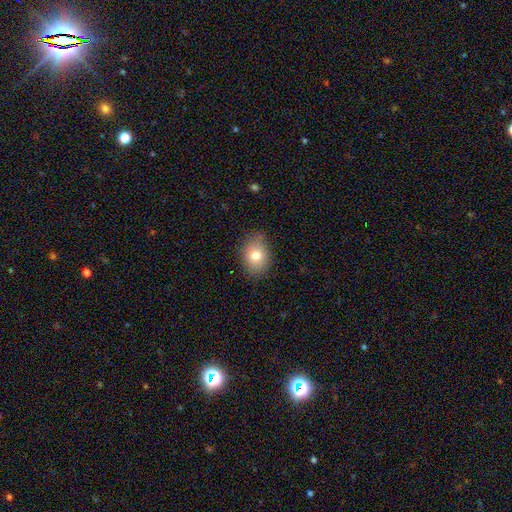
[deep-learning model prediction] Morphology: type=smooth (78%); roundness=in between (67%); merging=none (80%).